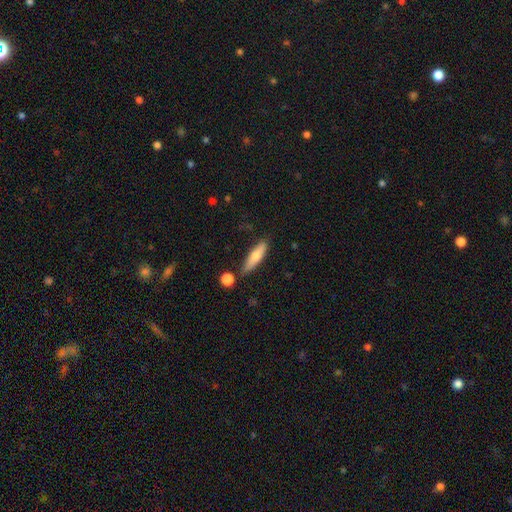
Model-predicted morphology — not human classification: This appears to be a smooth galaxy with no disk features (66%) that is cigar-shaped (66%). Merging: none (75%).